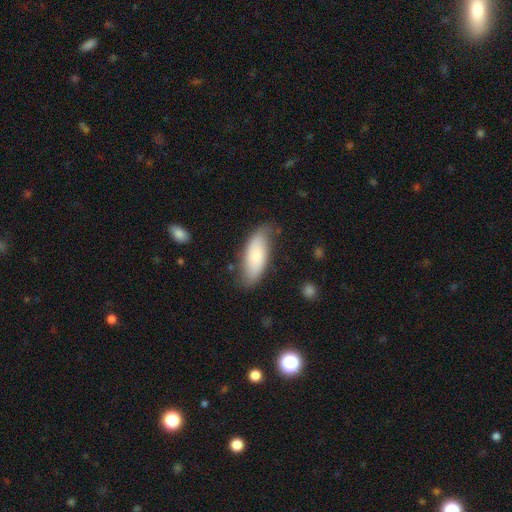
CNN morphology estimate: Smooth or featured? smooth (74%)
How rounded? in between (75%)
Merging? none (71%)